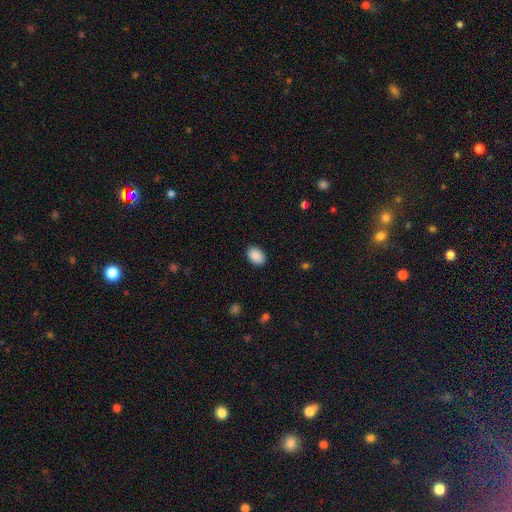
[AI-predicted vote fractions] The model was most divided on "how rounded": in between: 83%, round: 16%, cigar-shaped: 1%. More confident: smooth or featured — smooth (90%); merging — none (89%).